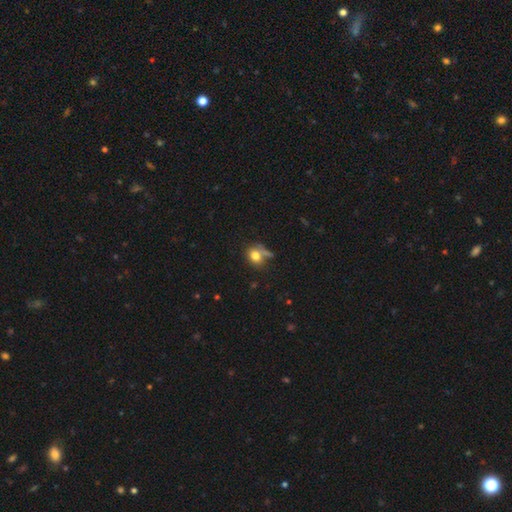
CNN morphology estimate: This is likely a smooth galaxy (78%). How rounded: possibly round (55%). Merging: possibly none (51%).